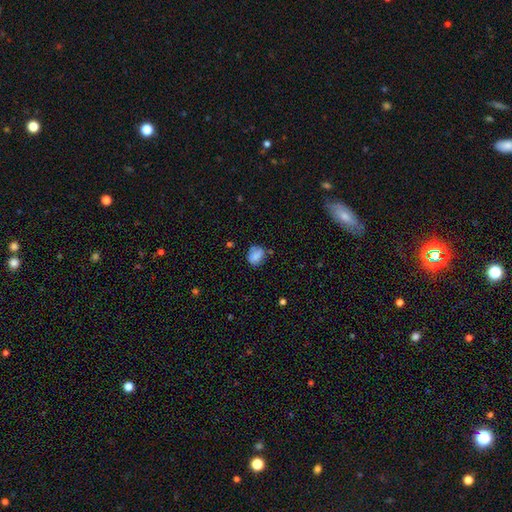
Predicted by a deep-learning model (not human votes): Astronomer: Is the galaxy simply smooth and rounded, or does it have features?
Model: smooth — 76%.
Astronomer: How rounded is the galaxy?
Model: round — 55% (runner-up: in between, 43%).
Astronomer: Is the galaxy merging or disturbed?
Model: none — 64%.